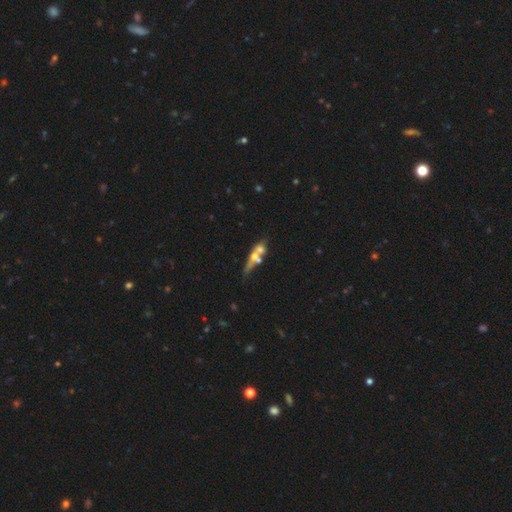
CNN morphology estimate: Overall: featured or disk (49%; smooth 40%). Merging: merger (47%; none 32%).